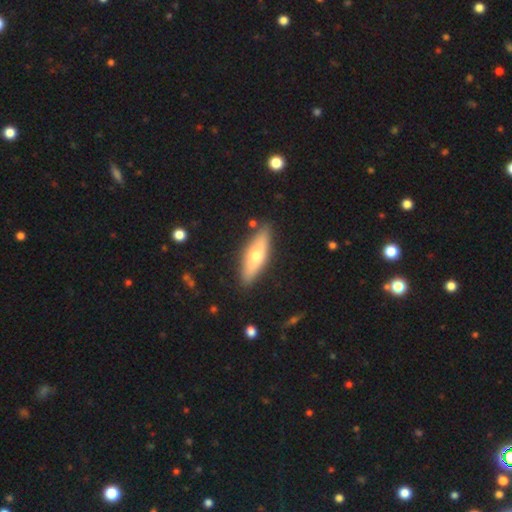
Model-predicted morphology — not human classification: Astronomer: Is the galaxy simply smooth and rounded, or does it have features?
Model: smooth — 54% (runner-up: featured or disk, 41%).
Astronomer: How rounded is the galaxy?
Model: cigar-shaped — 55% (runner-up: in between, 43%).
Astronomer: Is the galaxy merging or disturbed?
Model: none — 87%.